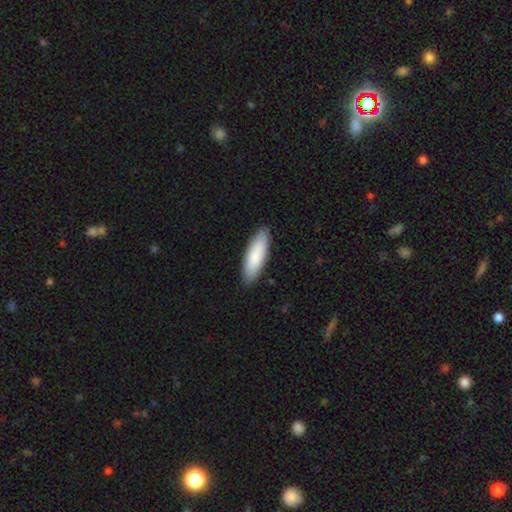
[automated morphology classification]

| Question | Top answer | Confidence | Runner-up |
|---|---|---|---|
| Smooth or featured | smooth | 84% | featured or disk (11%) |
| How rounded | in between | 52% | cigar-shaped (47%) |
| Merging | none | 89% | minor disturbance (9%) |